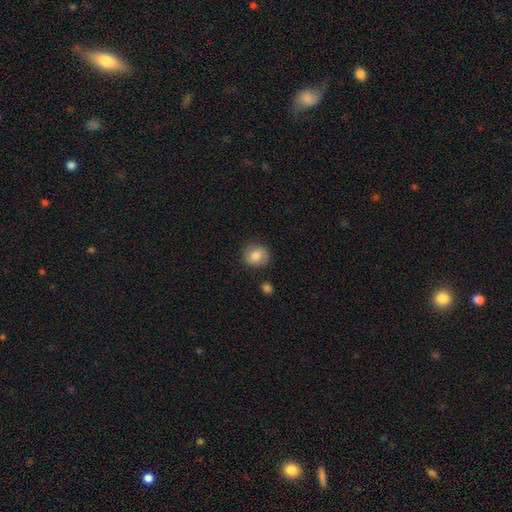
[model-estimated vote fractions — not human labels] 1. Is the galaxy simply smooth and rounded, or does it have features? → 75% smooth, 17% featured or disk, 8% star or artifact.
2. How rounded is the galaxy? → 83% round, 16% in between, 1% cigar-shaped.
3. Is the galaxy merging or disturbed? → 83% none, 12% minor disturbance, 3% major disturbance, 2% merger.